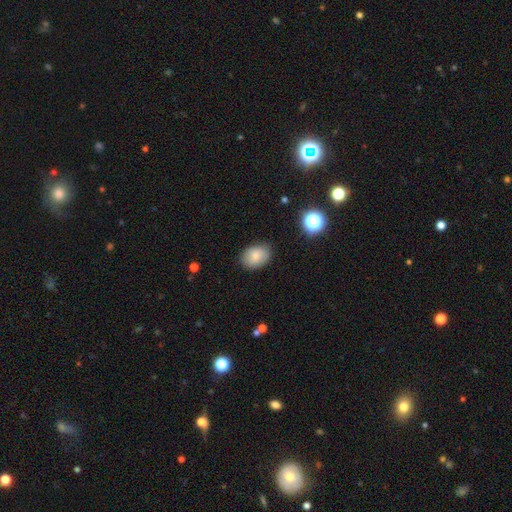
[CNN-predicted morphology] smooth_or_featured: smooth (p=0.83) [alt: featured or disk p=0.09]
how_rounded: in between (p=0.79) [alt: round p=0.20]
merging: none (p=0.82) [alt: minor disturbance p=0.14]